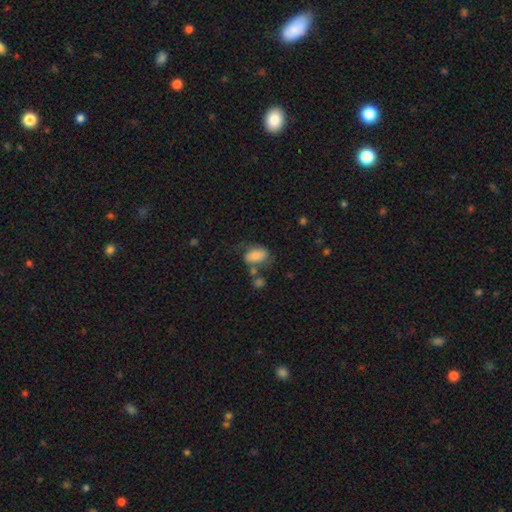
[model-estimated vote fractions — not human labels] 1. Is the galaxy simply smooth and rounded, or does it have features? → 72% smooth, 20% featured or disk, 8% star or artifact.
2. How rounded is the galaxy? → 88% in between, 11% round, 2% cigar-shaped.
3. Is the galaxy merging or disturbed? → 42% none, 25% minor disturbance, 17% major disturbance, 16% merger.